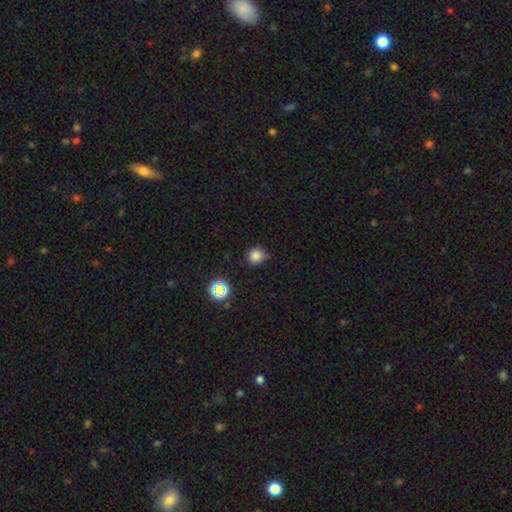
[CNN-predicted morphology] A smooth galaxy with no disk features (79%) that is round (82%).

Vote fractions:
- Smooth or featured? smooth: 79% / star or artifact: 15% / featured or disk: 5%
- How rounded? round: 82% / in between: 17% / cigar-shaped: 1%
- Merging? none: 66% / minor disturbance: 27% / major disturbance: 5% / merger: 2%